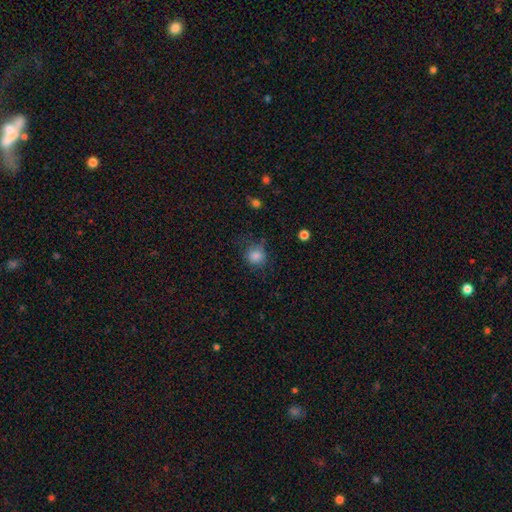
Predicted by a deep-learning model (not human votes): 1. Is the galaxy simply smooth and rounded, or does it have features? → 84% smooth, 11% star or artifact, 6% featured or disk.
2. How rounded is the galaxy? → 86% round, 13% in between, 1% cigar-shaped.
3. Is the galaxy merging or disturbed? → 68% none, 21% minor disturbance, 8% major disturbance, 2% merger.